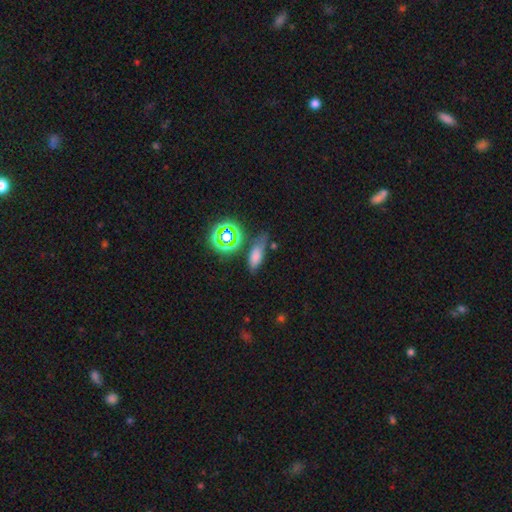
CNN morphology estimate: Q: Smooth or featured?
A: smooth (66%); runner-up: star or artifact (21%)
Q: How rounded?
A: in between (68%); runner-up: cigar-shaped (23%)
Q: Merging?
A: none (64%); runner-up: minor disturbance (21%)